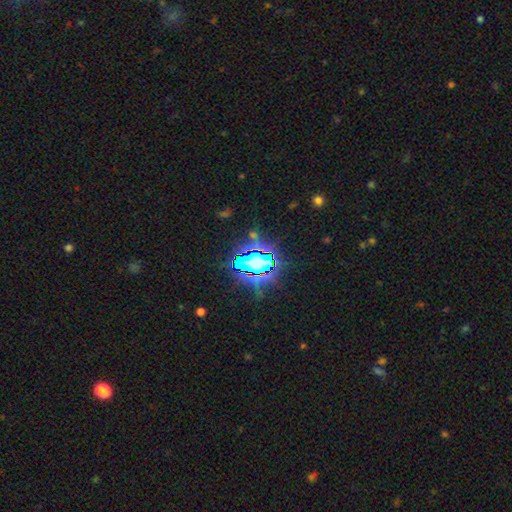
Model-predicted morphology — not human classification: Overall: star or artifact (81%).